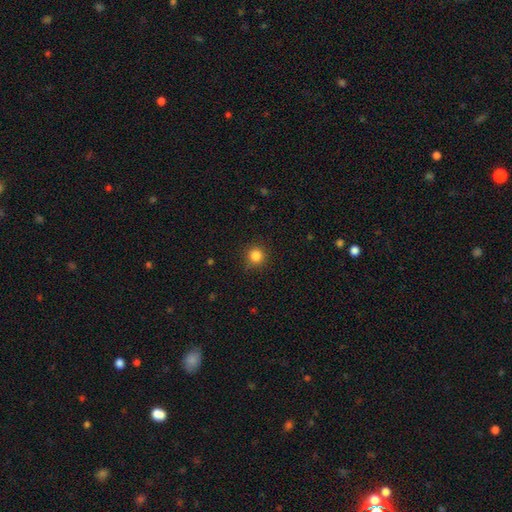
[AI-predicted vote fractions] smooth-or-featured: smooth: 85% | star or artifact: 11% | featured or disk: 4%
  how-rounded: round: 94% | in between: 5% | cigar-shaped: 1%
  merging: none: 88% | minor disturbance: 8% | major disturbance: 3% | merger: 1%